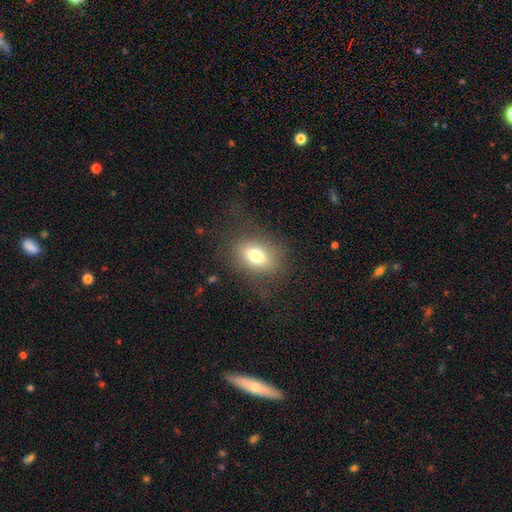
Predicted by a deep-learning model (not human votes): A smooth galaxy with no disk features (74%) that is in between round and cigar-shaped (73%).

Vote fractions:
- Smooth or featured? smooth: 74% / featured or disk: 15% / star or artifact: 11%
- How rounded? in between: 73% / round: 25% / cigar-shaped: 2%
- Merging? none: 76% / minor disturbance: 14% / major disturbance: 10% / merger: 1%